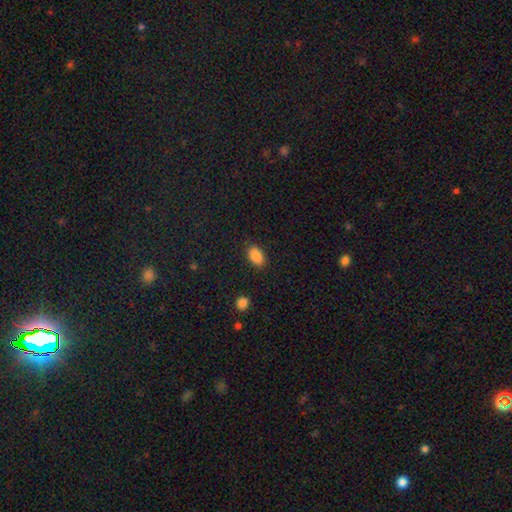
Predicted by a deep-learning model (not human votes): Morphology: type=smooth (87%); roundness=in between (89%); merging=none (85%).